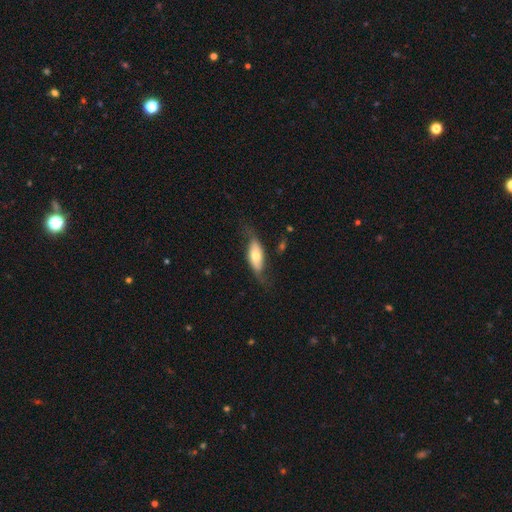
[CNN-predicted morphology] Smooth or featured: smooth — 49% (featured or disk — 46%)
Merging: none — 61% (minor disturbance — 24%)